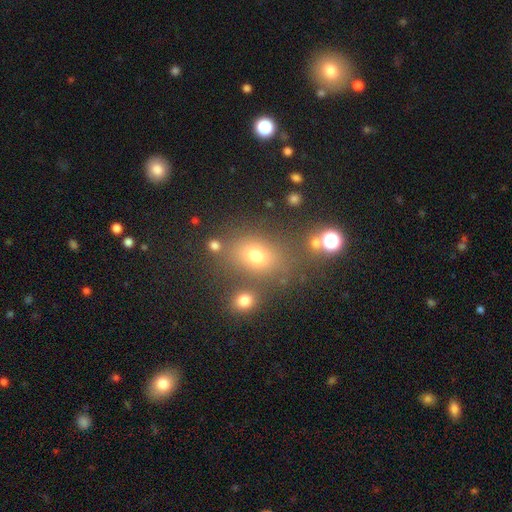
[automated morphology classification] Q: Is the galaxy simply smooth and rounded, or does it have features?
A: smooth — 66%.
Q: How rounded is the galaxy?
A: in between — 59%.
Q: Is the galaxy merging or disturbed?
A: none — 70%.